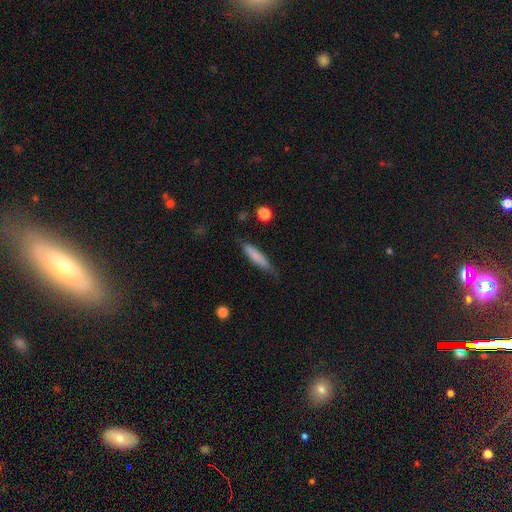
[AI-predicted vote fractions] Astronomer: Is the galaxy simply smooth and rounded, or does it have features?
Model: smooth — 77%.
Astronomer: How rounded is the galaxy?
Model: cigar-shaped — 83%.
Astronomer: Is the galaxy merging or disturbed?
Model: none — 74%.